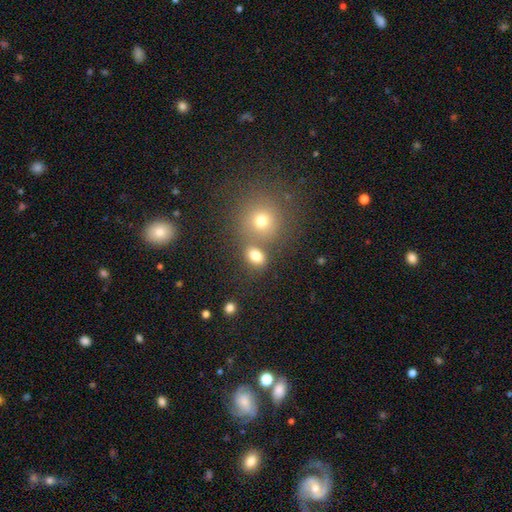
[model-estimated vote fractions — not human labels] The model was most divided on "how rounded": in between: 59%, round: 40%, cigar-shaped: 2%. More confident: smooth or featured — smooth (77%); merging — none (61%).